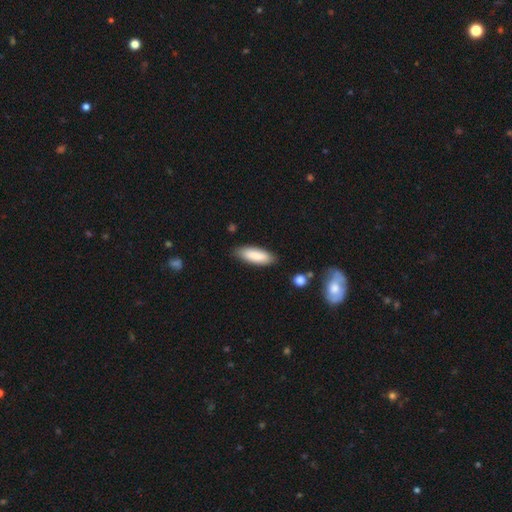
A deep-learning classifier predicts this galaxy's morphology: Smooth or featured?
  - smooth: 85% *
  - featured or disk: 9%
  - star or artifact: 6%
How rounded?
  - in between: 61% *
  - cigar-shaped: 38%
  - round: 1%
Merging?
  - none: 85% *
  - minor disturbance: 11%
  - major disturbance: 2%
  - merger: 2%